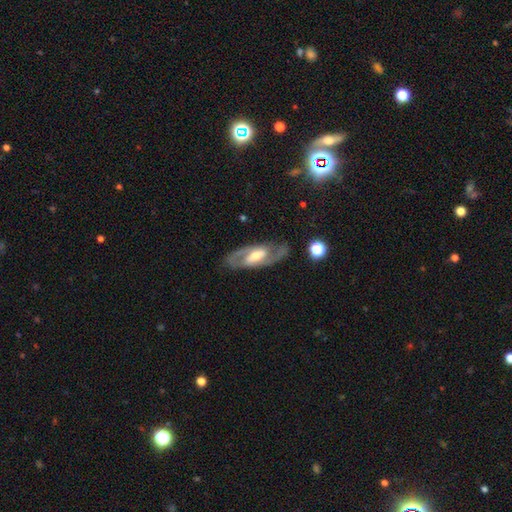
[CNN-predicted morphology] smooth-or-featured: featured or disk: 82% | smooth: 13% | star or artifact: 5%
  disk-edge-on: no: 91% | yes: 9%
    bar: strong: 40% | weak: 38% | no: 22%
    has-spiral-arms: yes: 86% | no: 14%
      spiral-winding: medium: 53% | tight: 29% | loose: 19%
      spiral-arm-count: 2: 88% | can't tell: 7% | 1: 3% | 3: 1% | 4: 1% | more than 4: 1%
    bulge-size: moderate: 60% | small: 27% | large: 10% | none: 2% | dominant: 1%
  merging: none: 81% | minor disturbance: 12% | major disturbance: 5% | merger: 2%